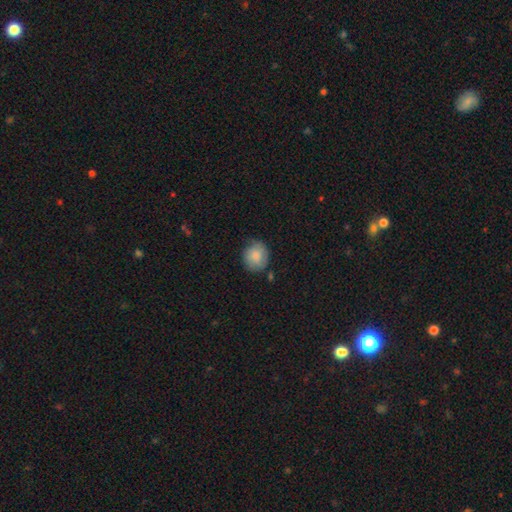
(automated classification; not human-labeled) smooth 77%, featured or disk 16%, star or artifact 7%. Down the decision tree: how rounded — round (77%); merging — none (70%).